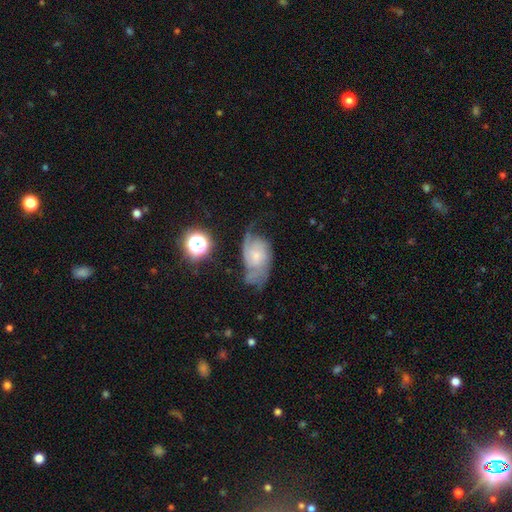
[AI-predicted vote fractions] featured or disk 65%, smooth 25%, star or artifact 10%. Down the decision tree: edge-on disk — no (96%); bar — no (70%); spiral arms — yes (87%); spiral arm count — 2 (50%); spiral winding — medium (42%); bulge size — small (47%); merging — none (39%).